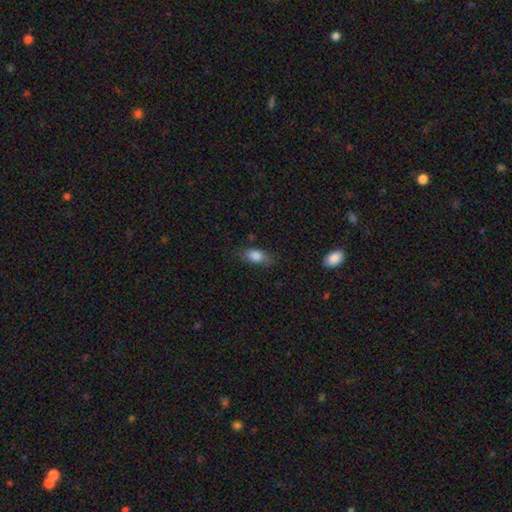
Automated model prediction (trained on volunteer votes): smooth-or-featured: smooth: 83% | featured or disk: 8% | star or artifact: 8%
  how-rounded: in between: 84% | cigar-shaped: 9% | round: 7%
  merging: none: 74% | minor disturbance: 19% | major disturbance: 6% | merger: 1%